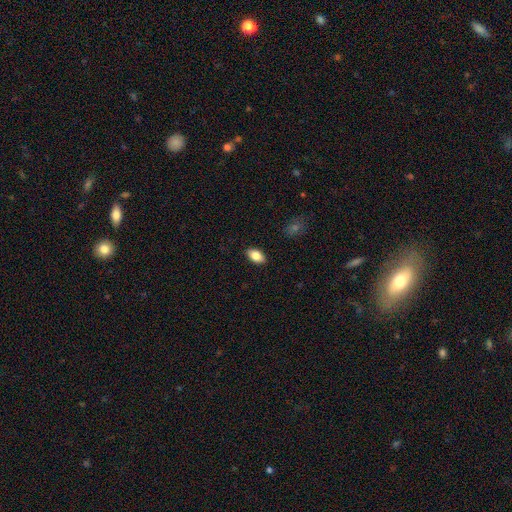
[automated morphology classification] Smooth or featured? Predicted: smooth (p=0.84). How rounded? Predicted: in between (p=0.92). Merging? Predicted: none (p=0.89).